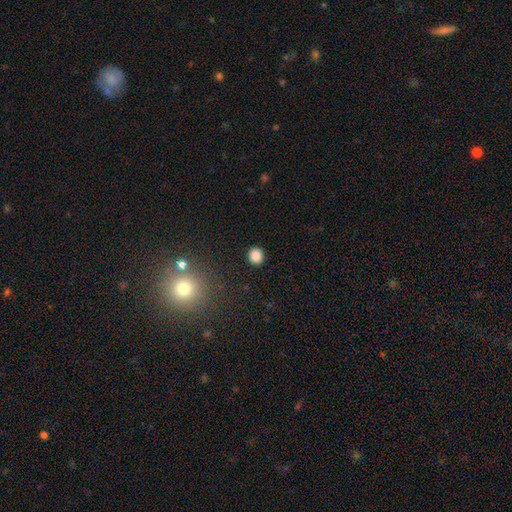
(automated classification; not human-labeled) smooth 85%, star or artifact 11%, featured or disk 4%. Down the decision tree: how rounded — round (86%); merging — none (91%).